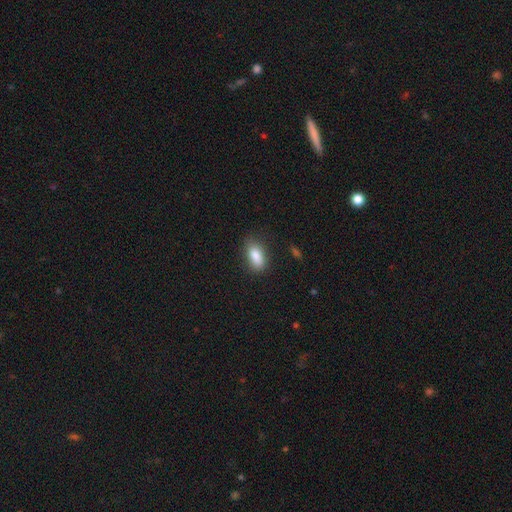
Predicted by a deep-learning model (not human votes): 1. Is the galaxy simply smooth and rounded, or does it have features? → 86% smooth, 8% star or artifact, 6% featured or disk.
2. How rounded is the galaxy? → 85% in between, 10% cigar-shaped, 5% round.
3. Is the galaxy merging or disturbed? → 77% none, 17% minor disturbance, 4% major disturbance, 2% merger.